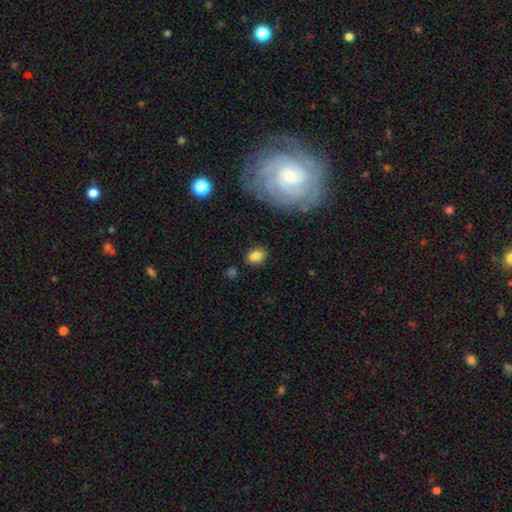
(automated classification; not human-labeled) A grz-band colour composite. It shows a smooth galaxy with no disk features (79%) that is in between round and cigar-shaped (69%). Merging: none (68%).